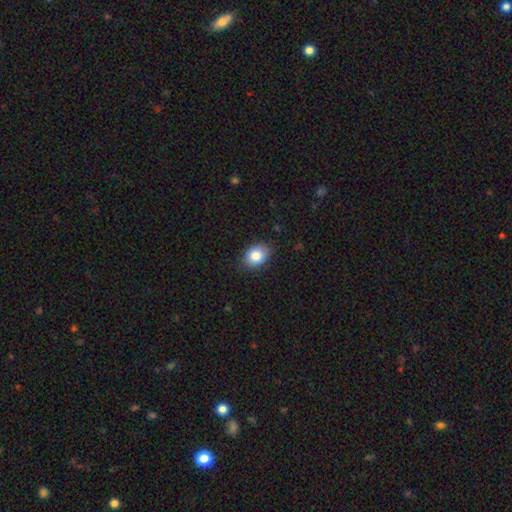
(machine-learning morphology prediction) A smooth galaxy with no disk features (85%) that is in between round and cigar-shaped (71%). Merging: none (84%).